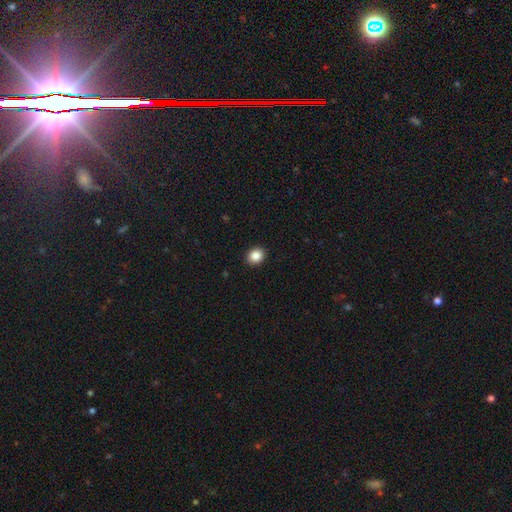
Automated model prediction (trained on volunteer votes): A smooth galaxy with no disk features (86%) that is round (64%). Merging: none (92%).